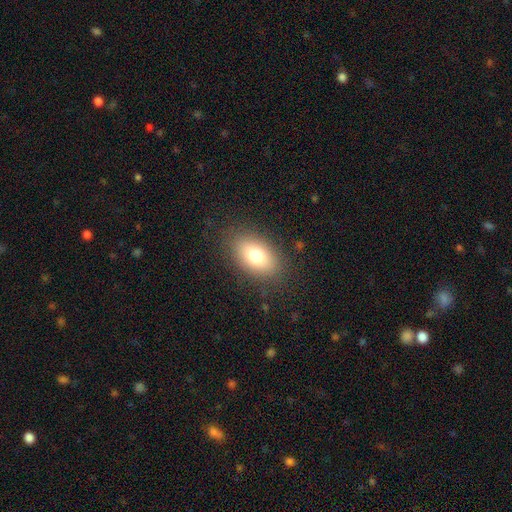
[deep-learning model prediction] Overall: smooth (76%). How rounded: in between (87%). Merging: none (84%).